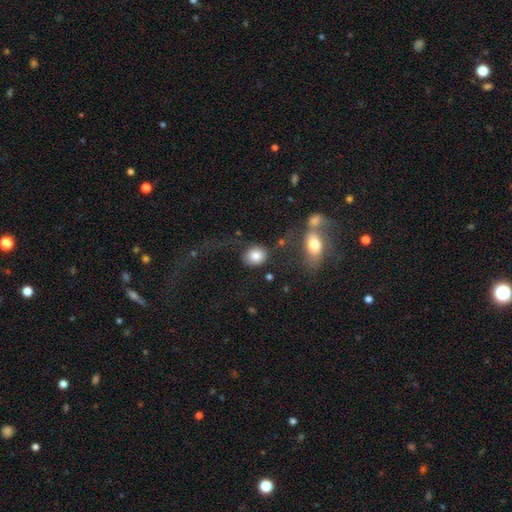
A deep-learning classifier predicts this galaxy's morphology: A smooth galaxy with no disk features (82%) that is round (68%).

Vote fractions:
- Smooth or featured? smooth: 82% / featured or disk: 10% / star or artifact: 8%
- How rounded? round: 68% / in between: 31% / cigar-shaped: 2%
- Merging? none: 55% / major disturbance: 16% / minor disturbance: 15% / merger: 14%